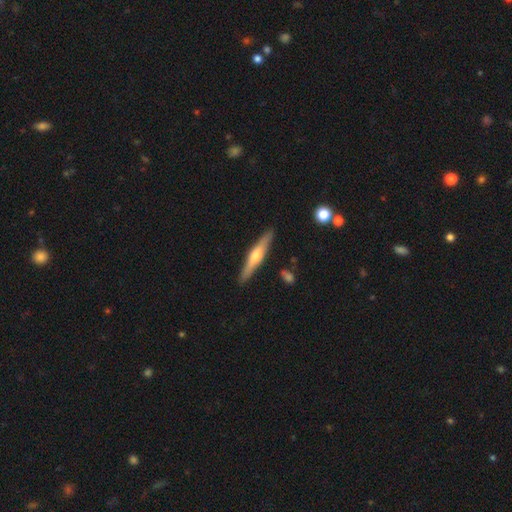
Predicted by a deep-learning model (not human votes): featured or disk 64%, smooth 31%, star or artifact 5%. Down the decision tree: edge-on disk — yes (97%); edge-on bulge — rounded (88%); merging — none (89%).